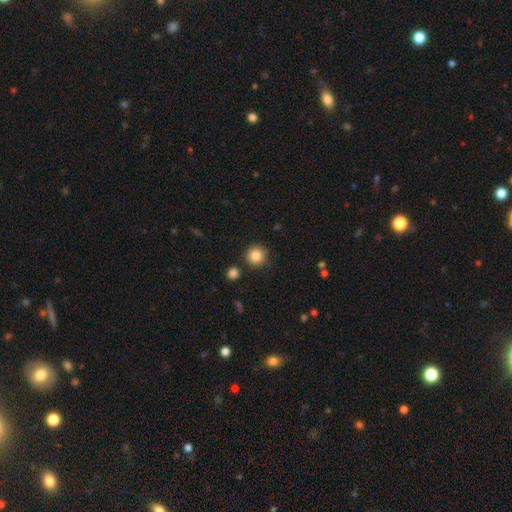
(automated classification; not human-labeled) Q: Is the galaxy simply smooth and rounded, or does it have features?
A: smooth — 84%.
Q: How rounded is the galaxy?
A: round — 94%.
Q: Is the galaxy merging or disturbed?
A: none — 86%.